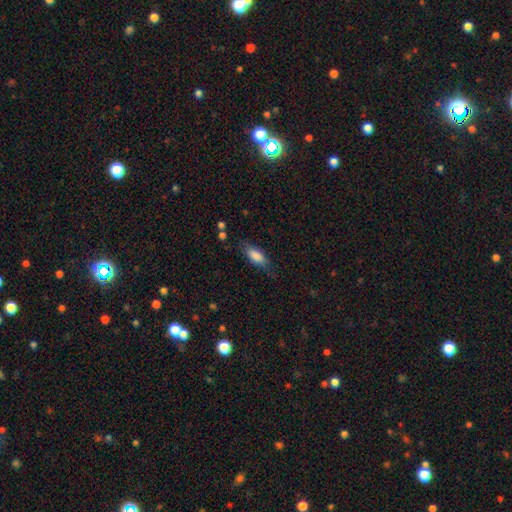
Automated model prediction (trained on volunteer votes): smooth 81%, featured or disk 12%, star or artifact 7%. Down the decision tree: how rounded — in between (77%); merging — none (70%).